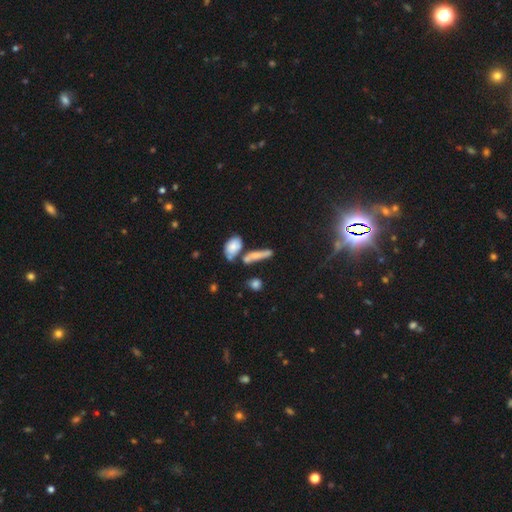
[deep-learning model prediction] Morphology: type=smooth (65%); roundness=cigar-shaped (55%); merging=none (50%).